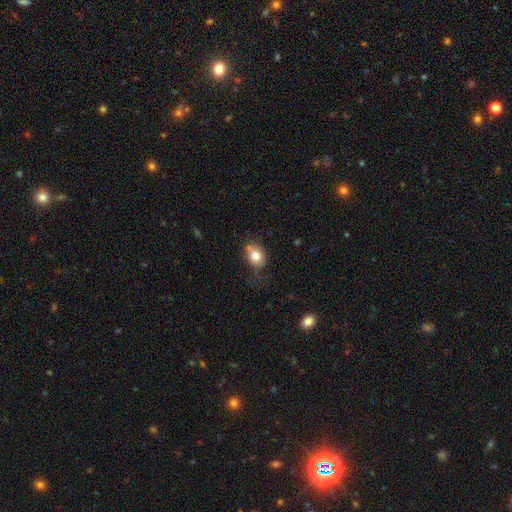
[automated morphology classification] The model was most divided on "how rounded": in between: 61%, round: 38%, cigar-shaped: 1%. More confident: smooth or featured — smooth (78%); merging — none (53%).